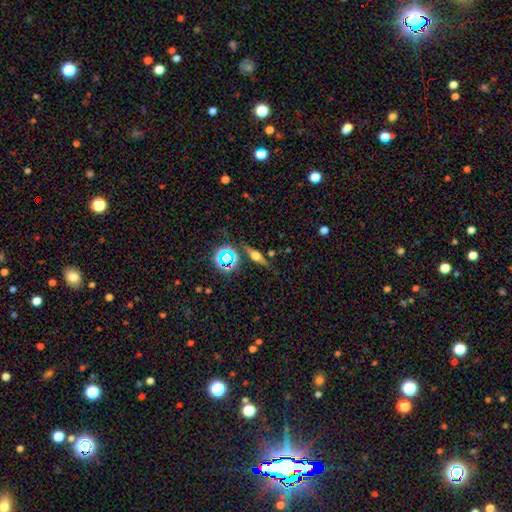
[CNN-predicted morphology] A featured or disk galaxy (52%) viewed edge-on (92%).

Vote fractions:
- Smooth or featured? featured or disk: 52% / smooth: 31% / star or artifact: 17%
- Edge-on disk? yes: 92% / no: 8%
- Merging? none: 80% / minor disturbance: 12% / major disturbance: 4% / merger: 4%